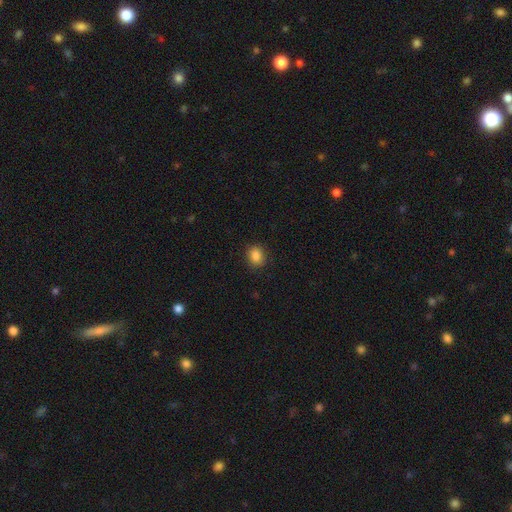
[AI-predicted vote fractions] The model was most divided on "how rounded": round: 60%, in between: 39%, cigar-shaped: 1%. More confident: merging — none (87%); smooth or featured — smooth (86%).